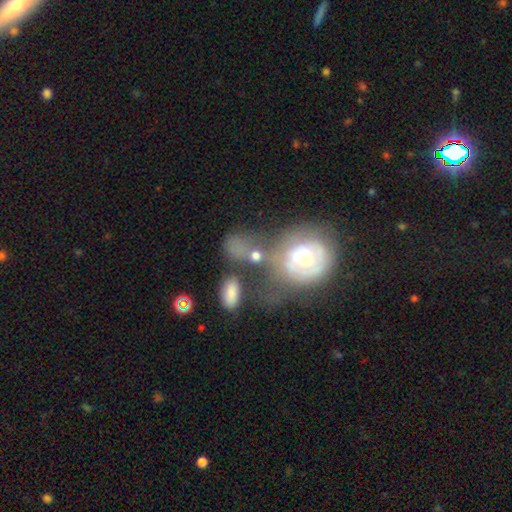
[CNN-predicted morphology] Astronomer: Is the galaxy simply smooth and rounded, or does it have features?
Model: smooth — 52% (runner-up: featured or disk, 36%).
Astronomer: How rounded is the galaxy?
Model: in between — 49%, tied with round at 49%.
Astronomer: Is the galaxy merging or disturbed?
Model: merger — 48%.